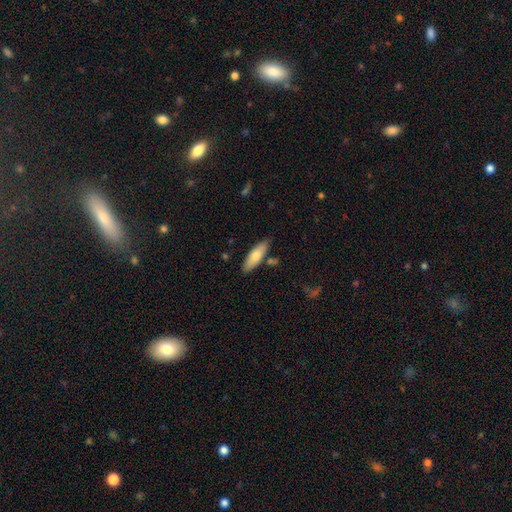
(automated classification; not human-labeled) smooth_or_featured: smooth (p=0.72) [alt: featured or disk p=0.22]
how_rounded: in between (p=0.55) [alt: cigar-shaped p=0.43]
merging: none (p=0.82) [alt: minor disturbance p=0.11]